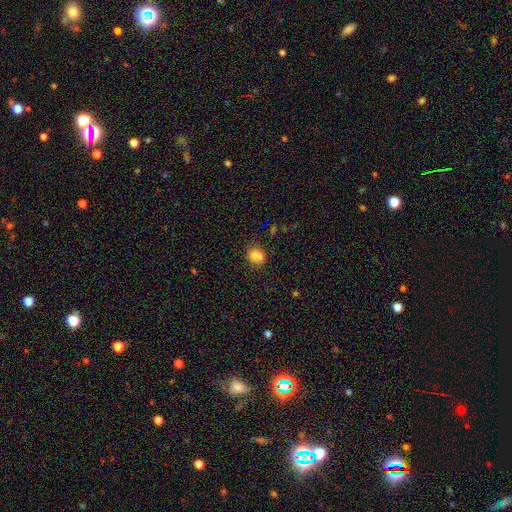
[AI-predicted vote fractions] smooth 77%, star or artifact 13%, featured or disk 9%. Down the decision tree: how rounded — round (65%); merging — none (62%).